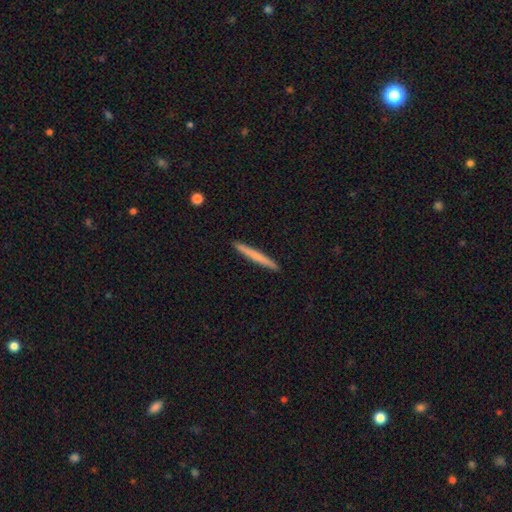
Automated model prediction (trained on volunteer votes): This appears to be a smooth galaxy with no disk features (66%) that is cigar-shaped (97%). Merging: none (93%).